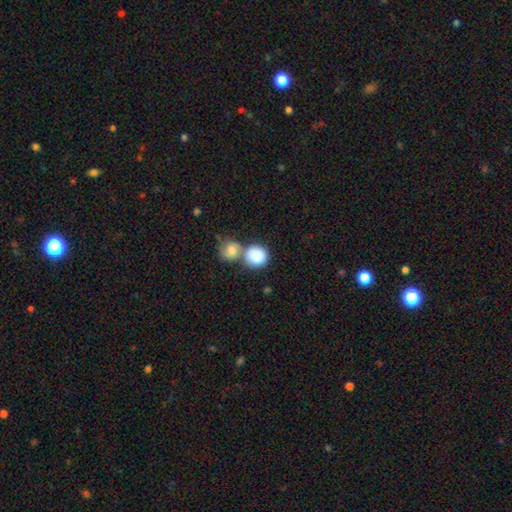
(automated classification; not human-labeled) The model was most divided on "merging": merger: 54%, none: 32%, minor disturbance: 10%, major disturbance: 5%. More confident: how rounded — round (84%); smooth or featured — smooth (84%).